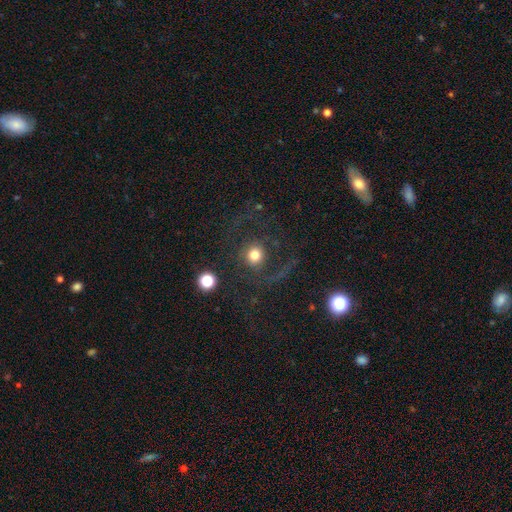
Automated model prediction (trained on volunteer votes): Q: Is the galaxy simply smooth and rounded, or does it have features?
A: smooth — 46%.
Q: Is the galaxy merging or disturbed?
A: none — 61%.